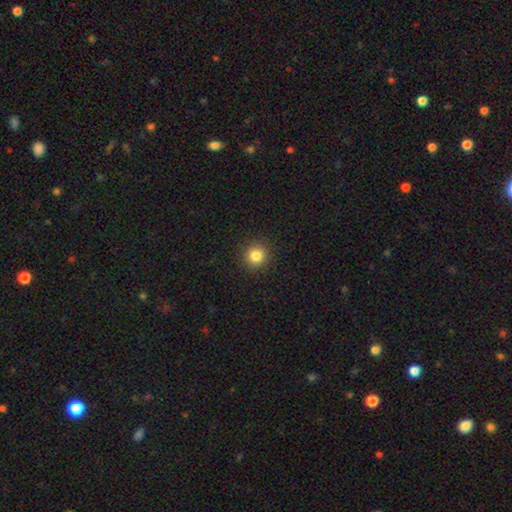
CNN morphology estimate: A smooth galaxy with no disk features (84%) that is round (93%). Merging: none (92%).